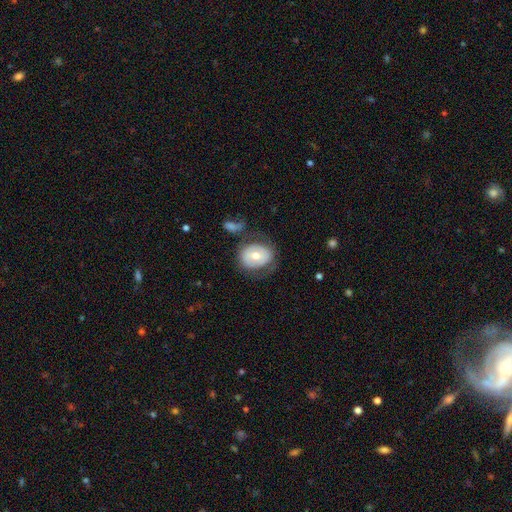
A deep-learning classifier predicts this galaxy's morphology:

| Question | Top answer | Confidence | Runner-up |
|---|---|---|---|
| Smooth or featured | smooth | 53% | featured or disk (40%) |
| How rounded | round | 56% | in between (43%) |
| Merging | none | 59% | minor disturbance (19%) |